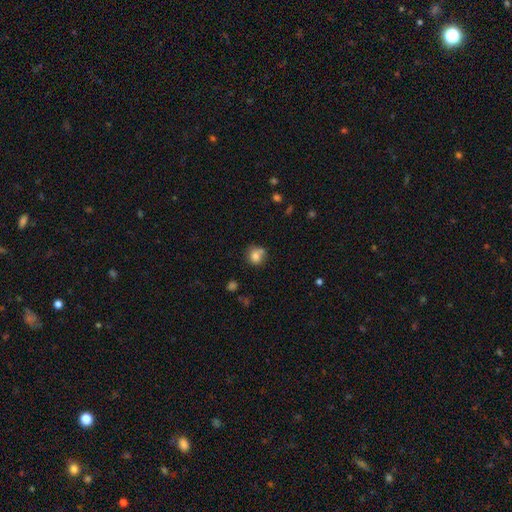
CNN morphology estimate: Q: Smooth or featured?
A: smooth (78%); runner-up: featured or disk (12%)
Q: How rounded?
A: round (81%); runner-up: in between (18%)
Q: Merging?
A: none (55%); runner-up: merger (23%)